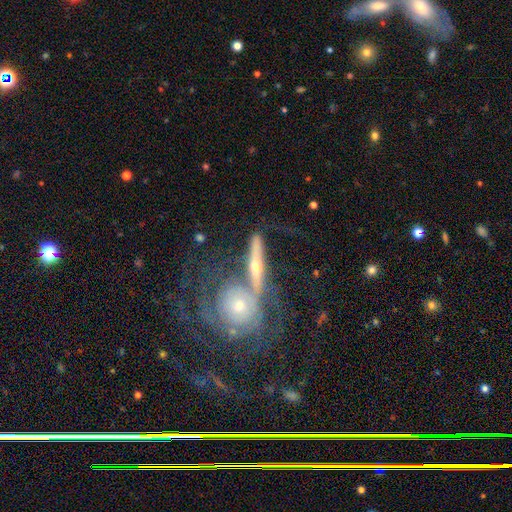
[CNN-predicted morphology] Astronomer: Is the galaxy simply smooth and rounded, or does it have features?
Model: featured or disk — 72%.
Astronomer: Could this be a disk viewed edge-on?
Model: yes — 65%.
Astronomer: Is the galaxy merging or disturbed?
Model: none — 48% (runner-up: merger, 31%).